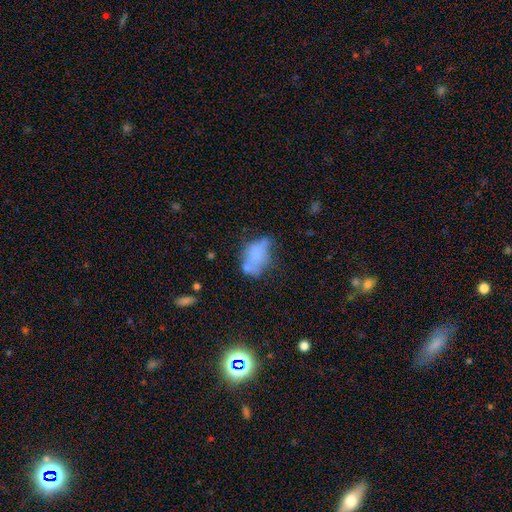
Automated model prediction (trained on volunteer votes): Smooth or featured? smooth (62%)
How rounded? in between (84%)
Merging? none (31%)